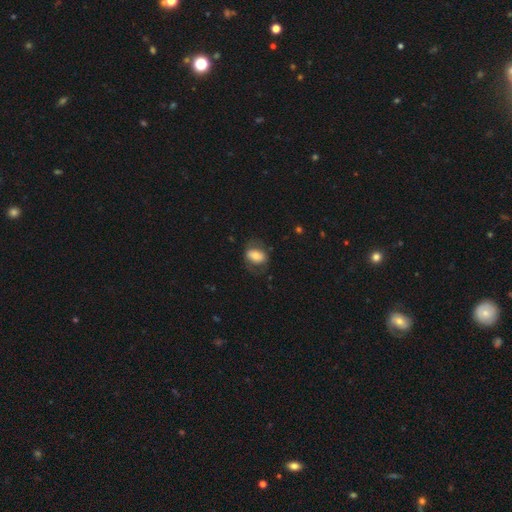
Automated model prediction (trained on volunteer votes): Smooth or featured? Predicted: smooth (p=0.66). How rounded? Predicted: in between (p=0.80). Merging? Predicted: none (p=0.66).